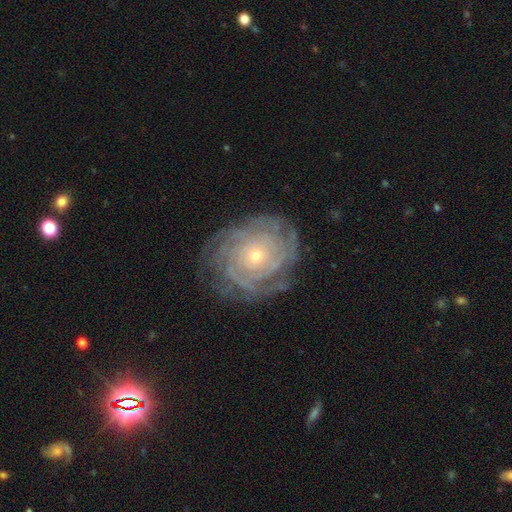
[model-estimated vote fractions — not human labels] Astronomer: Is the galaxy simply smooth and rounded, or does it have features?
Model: featured or disk — 86%.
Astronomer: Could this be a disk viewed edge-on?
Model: no — 97%.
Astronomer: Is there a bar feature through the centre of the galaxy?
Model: no — 84%.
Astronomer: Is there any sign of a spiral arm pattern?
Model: yes — 95%.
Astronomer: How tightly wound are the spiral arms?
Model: tight — 83%.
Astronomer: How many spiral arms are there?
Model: can't tell — 35% (runner-up: 4, 19%).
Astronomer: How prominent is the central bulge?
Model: small — 73%.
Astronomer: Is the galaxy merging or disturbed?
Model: none — 77%.